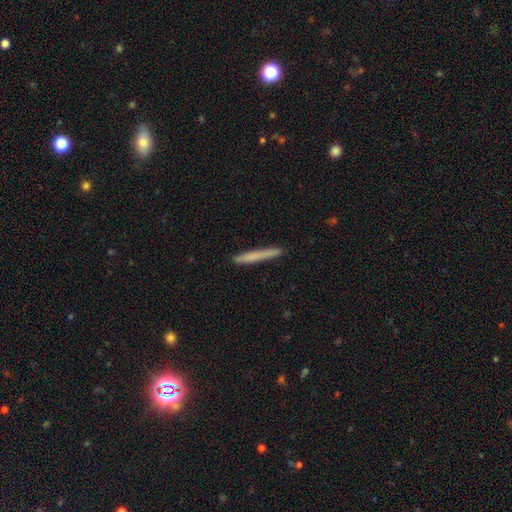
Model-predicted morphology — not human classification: smooth 68%, featured or disk 26%, star or artifact 7%. Down the decision tree: how rounded — cigar-shaped (97%); merging — none (90%).